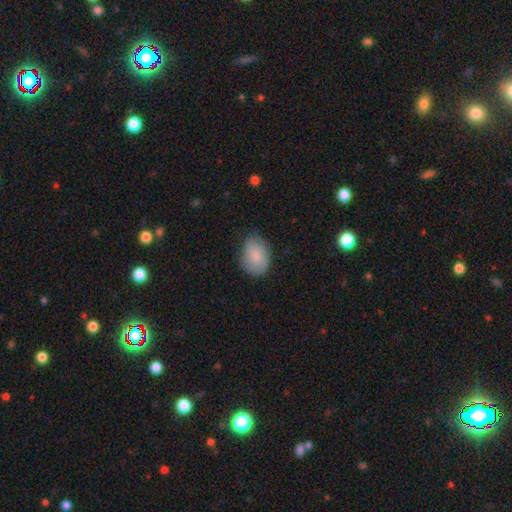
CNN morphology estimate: smooth-or-featured: smooth: 81% | featured or disk: 13% | star or artifact: 6%
  how-rounded: in between: 82% | round: 17% | cigar-shaped: 1%
  merging: none: 67% | minor disturbance: 26% | major disturbance: 5% | merger: 1%